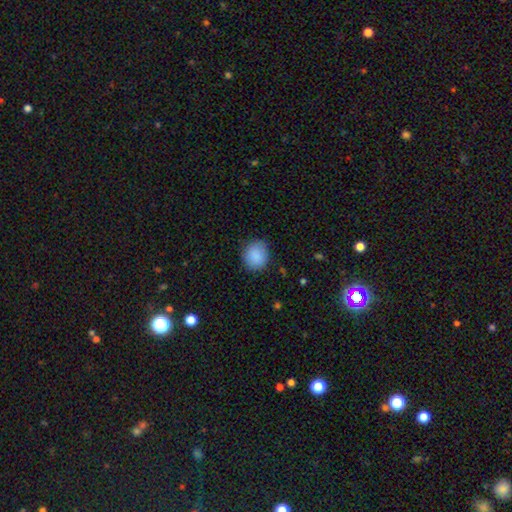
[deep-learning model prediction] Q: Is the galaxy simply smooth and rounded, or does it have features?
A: smooth — 88%.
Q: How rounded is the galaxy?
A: round — 70%.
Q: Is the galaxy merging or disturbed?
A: none — 81%.